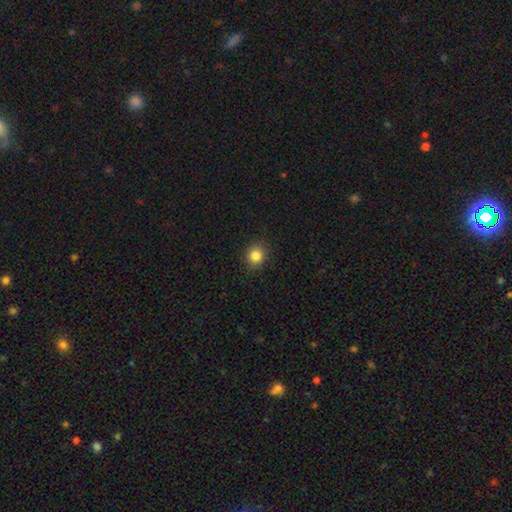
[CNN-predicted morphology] smooth 84%, star or artifact 11%, featured or disk 4%. Down the decision tree: how rounded — round (83%); merging — none (89%).